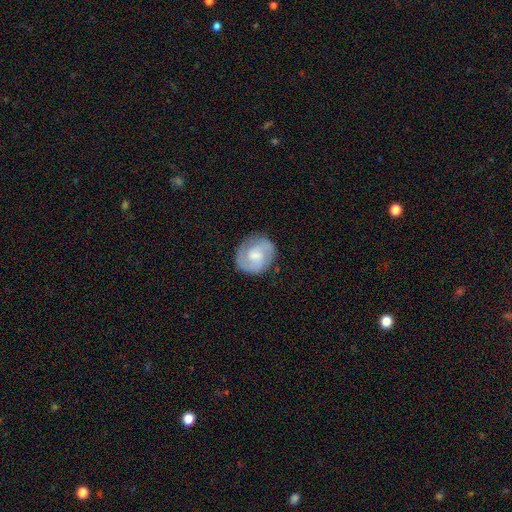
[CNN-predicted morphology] Q: Smooth or featured?
A: featured or disk (70%); runner-up: smooth (24%)
Q: Edge-on disk?
A: no (98%); runner-up: yes (2%)
Q: Bar?
A: weak (50%); runner-up: no (41%)
Q: Spiral arms?
A: yes (93%); runner-up: no (7%)
Q: Spiral winding?
A: medium (47%); runner-up: tight (38%)
Q: Spiral arm count?
A: 2 (80%); runner-up: can't tell (9%)
Q: Bulge size?
A: moderate (41%); runner-up: small (35%)
Q: Merging?
A: none (80%); runner-up: minor disturbance (14%)